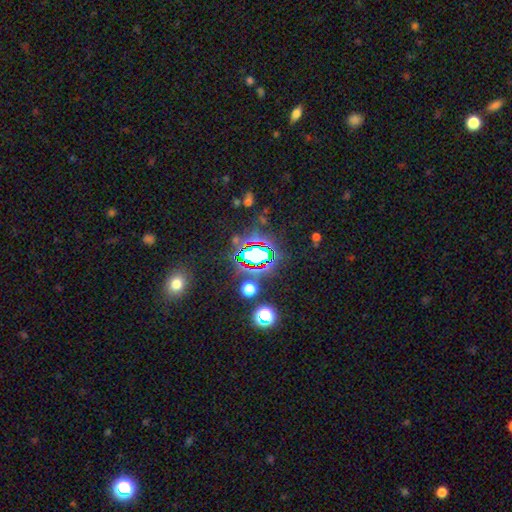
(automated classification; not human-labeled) Q: Smooth or featured?
A: star or artifact (68%); runner-up: smooth (20%)